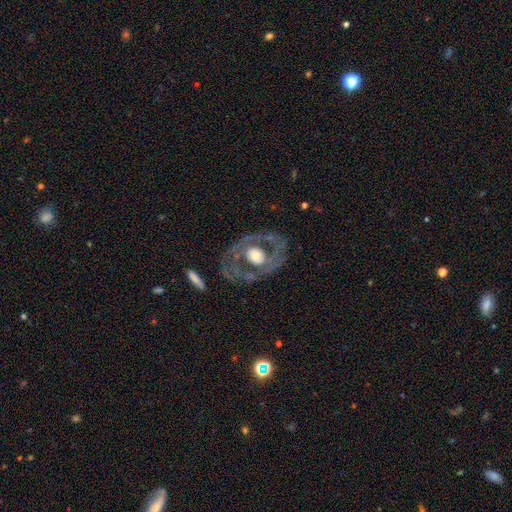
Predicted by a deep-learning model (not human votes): featured or disk 73%, smooth 21%, star or artifact 5%. Down the decision tree: edge-on disk — no (95%); bar — no (75%); spiral arms — no (55%); bulge size — moderate (53%); merging — none (68%).